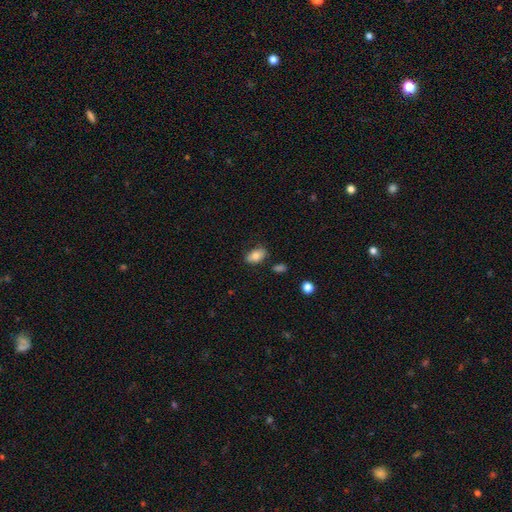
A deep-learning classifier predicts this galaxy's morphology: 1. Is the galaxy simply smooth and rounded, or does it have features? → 79% smooth, 14% featured or disk, 8% star or artifact.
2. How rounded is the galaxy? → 89% in between, 9% round, 2% cigar-shaped.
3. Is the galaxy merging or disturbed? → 76% none, 17% minor disturbance, 4% merger, 3% major disturbance.